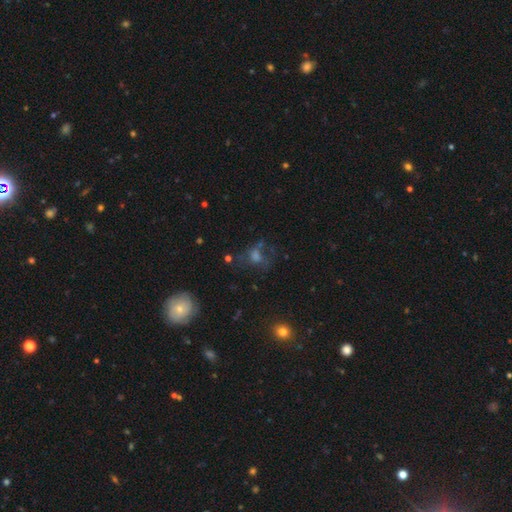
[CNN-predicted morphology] Smooth or featured? smooth (35%)
Merging? none (53%)